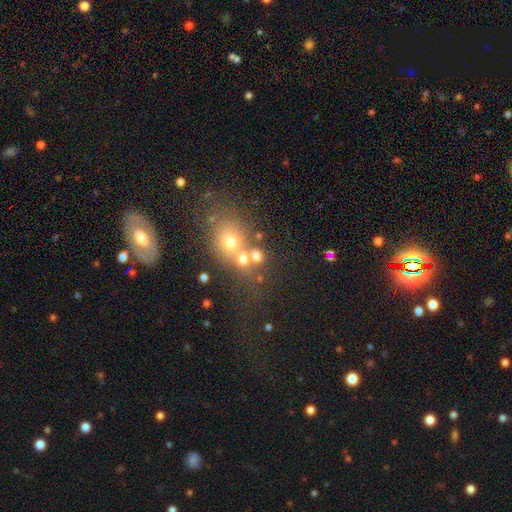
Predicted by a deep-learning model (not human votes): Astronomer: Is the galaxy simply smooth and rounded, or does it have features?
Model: smooth — 63%.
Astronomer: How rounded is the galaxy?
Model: round — 72%.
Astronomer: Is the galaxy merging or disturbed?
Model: none — 43%, tied with merger at 43%.